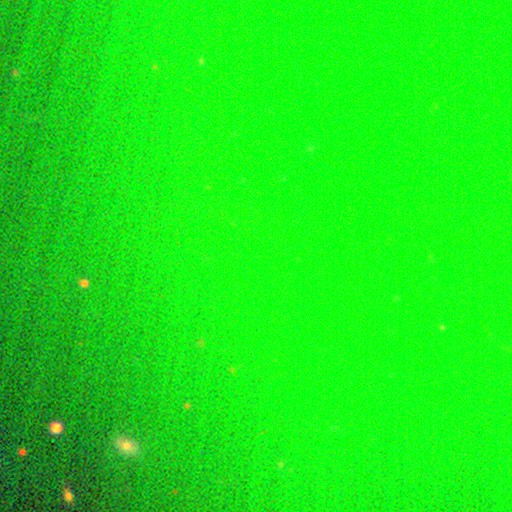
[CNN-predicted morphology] A star or artifact, not a galaxy (79%).

Vote fractions:
- Smooth or featured? star or artifact: 79% / smooth: 12% / featured or disk: 9%